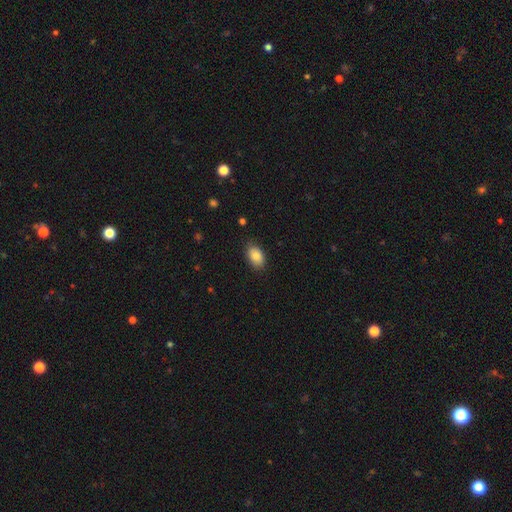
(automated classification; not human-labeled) Morphology: type=smooth (85%); roundness=in between (89%); merging=none (82%).